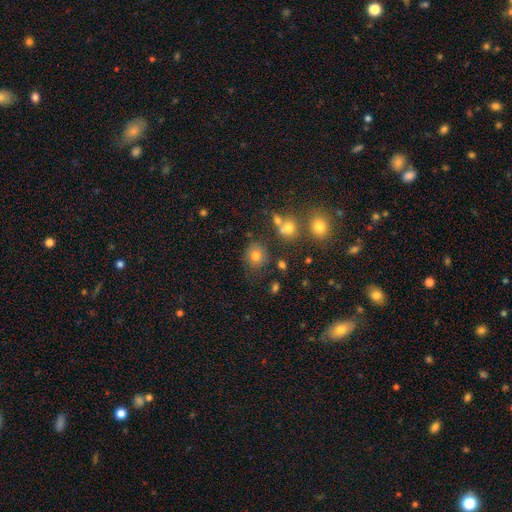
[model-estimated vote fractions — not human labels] Q: Smooth or featured?
A: smooth (76%); runner-up: star or artifact (15%)
Q: How rounded?
A: round (84%); runner-up: in between (15%)
Q: Merging?
A: none (77%); runner-up: minor disturbance (12%)